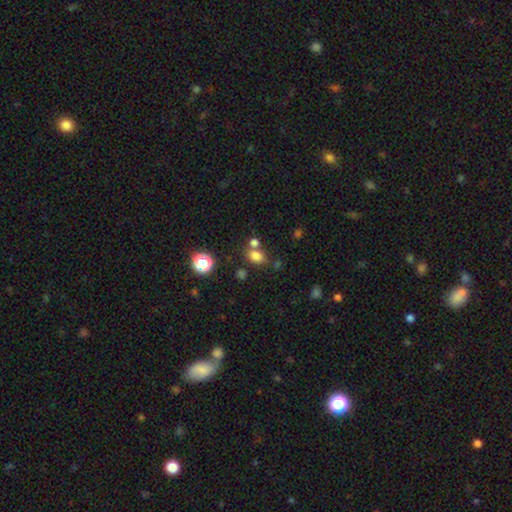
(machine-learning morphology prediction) Smooth or featured: smooth — 78% (star or artifact — 16%)
How rounded: in between — 65% (round — 34%)
Merging: none — 60% (merger — 24%)